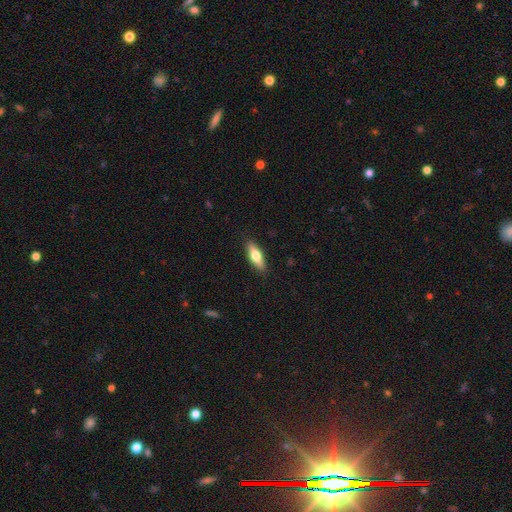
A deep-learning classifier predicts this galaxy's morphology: A smooth galaxy with no disk features (66%) that is in between round and cigar-shaped (57%). Merging: none (89%).